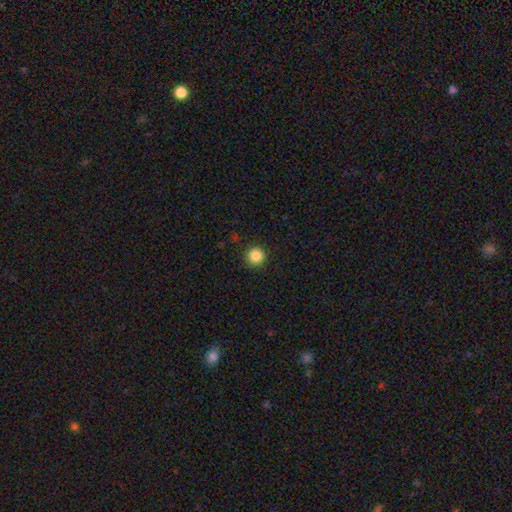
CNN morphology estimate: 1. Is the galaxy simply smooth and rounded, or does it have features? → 86% smooth, 10% star or artifact, 4% featured or disk.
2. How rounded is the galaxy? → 96% round, 3% in between, 1% cigar-shaped.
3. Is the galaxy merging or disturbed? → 91% none, 6% minor disturbance, 2% major disturbance, 1% merger.